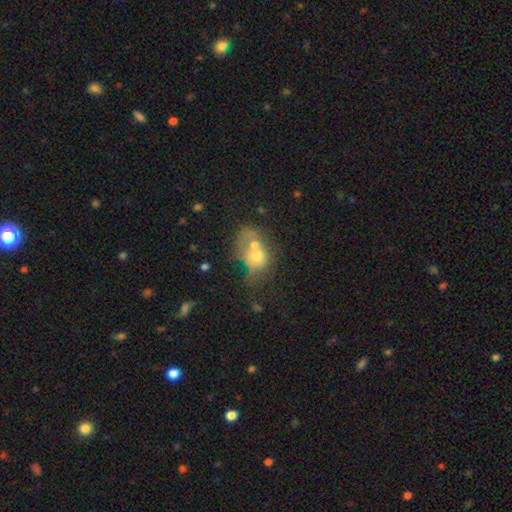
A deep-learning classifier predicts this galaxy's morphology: Smooth or featured: smooth — 59% (featured or disk — 30%)
How rounded: in between — 51% (round — 48%)
Merging: merger — 58% (none — 17%)